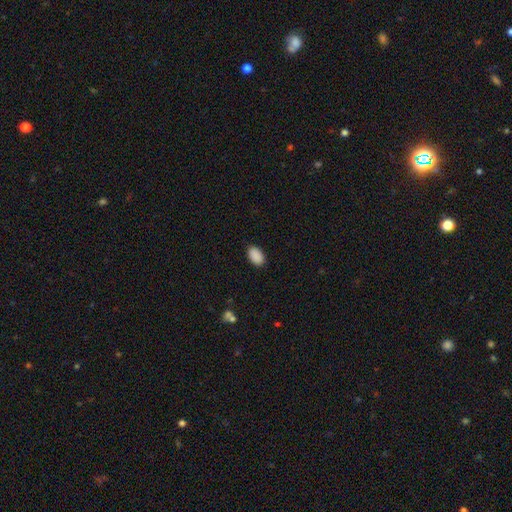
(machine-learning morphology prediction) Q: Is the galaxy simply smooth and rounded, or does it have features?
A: smooth — 90%.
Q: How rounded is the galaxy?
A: in between — 91%.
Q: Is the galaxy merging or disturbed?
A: none — 89%.